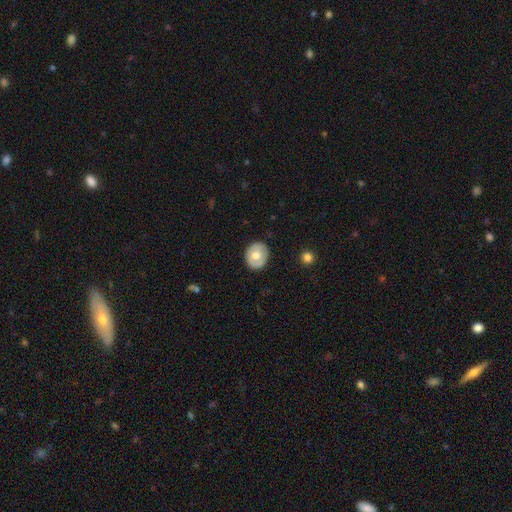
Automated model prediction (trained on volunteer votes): smooth_or_featured: smooth (p=0.63) [alt: featured or disk p=0.31]
how_rounded: round (p=0.65) [alt: in between p=0.34]
merging: none (p=0.86) [alt: minor disturbance p=0.11]